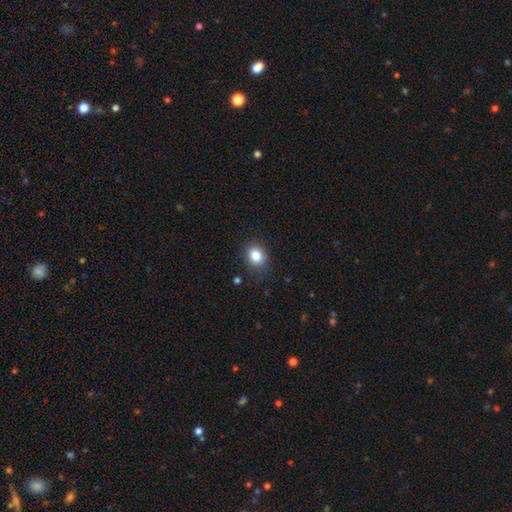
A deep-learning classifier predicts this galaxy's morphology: The model was most divided on "how rounded": round: 52%, in between: 47%, cigar-shaped: 1%. More confident: smooth or featured — smooth (84%); merging — none (81%).